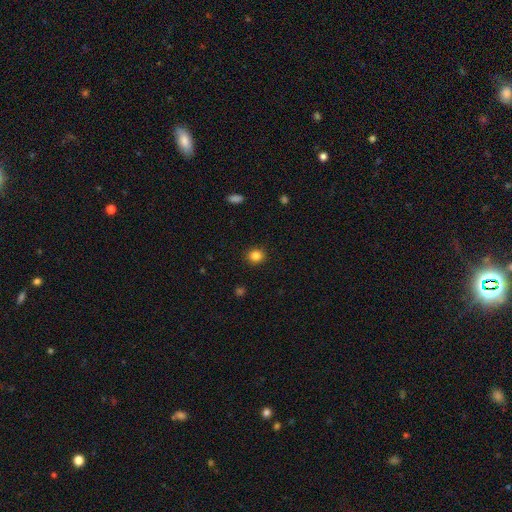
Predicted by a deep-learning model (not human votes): A smooth galaxy with no disk features (84%) that is round (86%).

Vote fractions:
- Smooth or featured? smooth: 84% / star or artifact: 12% / featured or disk: 5%
- How rounded? round: 86% / in between: 13% / cigar-shaped: 1%
- Merging? none: 91% / minor disturbance: 6% / major disturbance: 2% / merger: 1%